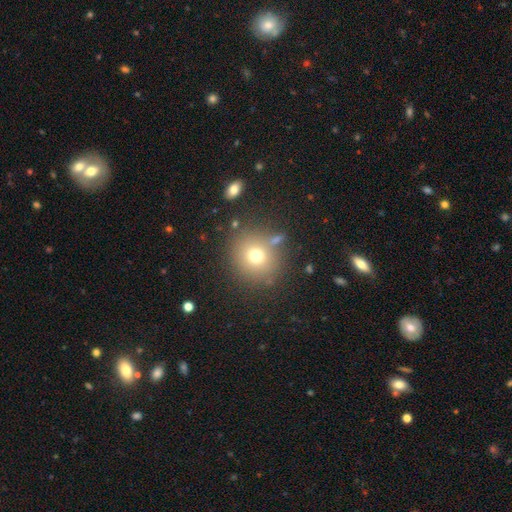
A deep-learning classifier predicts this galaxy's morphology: Smooth or featured? smooth (71%)
How rounded? round (87%)
Merging? none (79%)